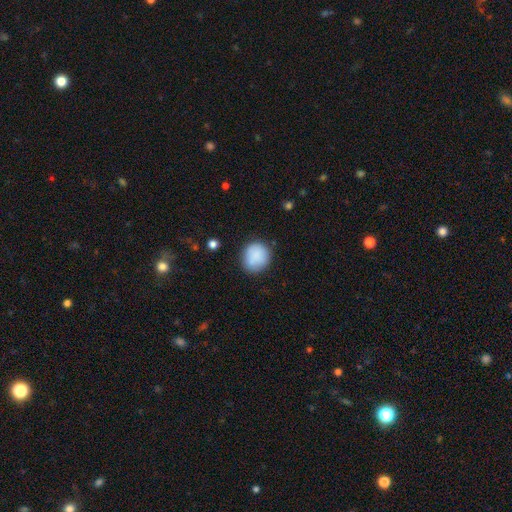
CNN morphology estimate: type=smooth (86%); roundness=round (84%); merging=none (78%).